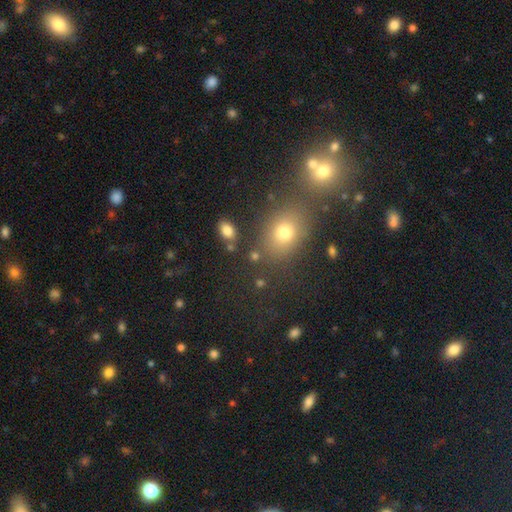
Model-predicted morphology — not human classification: Smooth or featured: smooth — 69% (star or artifact — 21%)
How rounded: in between — 59% (round — 39%)
Merging: none — 72% (minor disturbance — 11%)